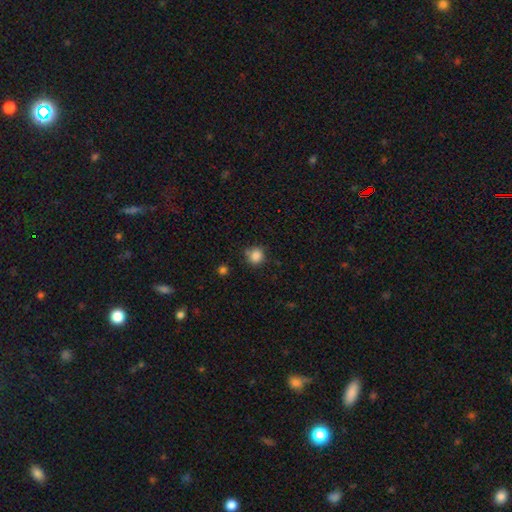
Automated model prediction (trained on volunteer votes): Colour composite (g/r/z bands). It shows a smooth galaxy with no disk features (85%) that is round (87%). Merging: none (72%).